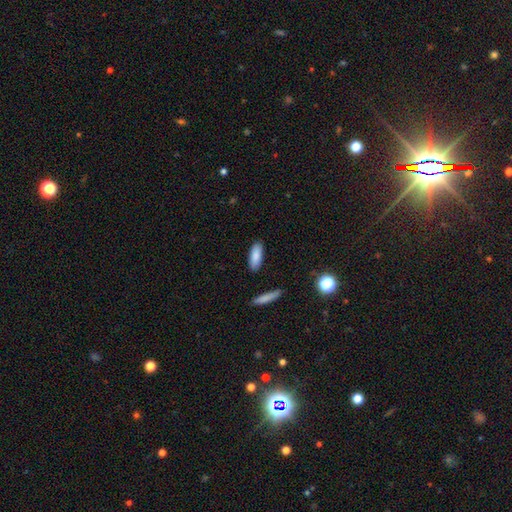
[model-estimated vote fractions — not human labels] smooth 86%, featured or disk 7%, star or artifact 6%. Down the decision tree: how rounded — in between (68%); merging — none (87%).